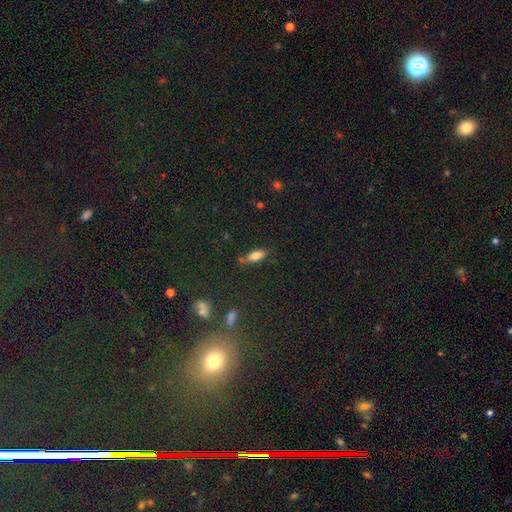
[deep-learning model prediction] A smooth galaxy with no disk features (77%) that is in between round and cigar-shaped (70%).

Vote fractions:
- Smooth or featured? smooth: 77% / featured or disk: 13% / star or artifact: 10%
- How rounded? in between: 70% / cigar-shaped: 27% / round: 3%
- Merging? none: 73% / minor disturbance: 18% / major disturbance: 5% / merger: 5%